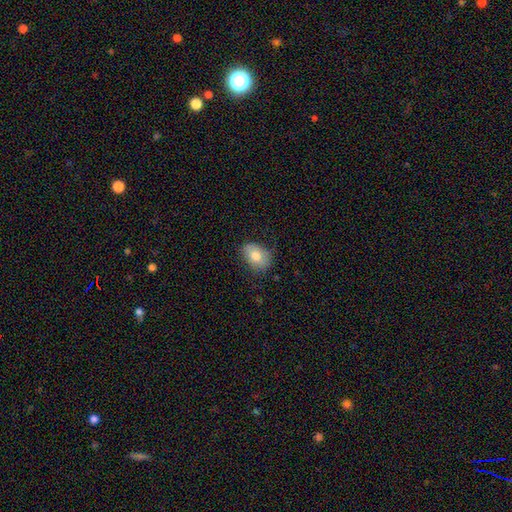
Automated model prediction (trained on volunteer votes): Morphology: type=smooth (78%); roundness=in between (82%); merging=none (68%).